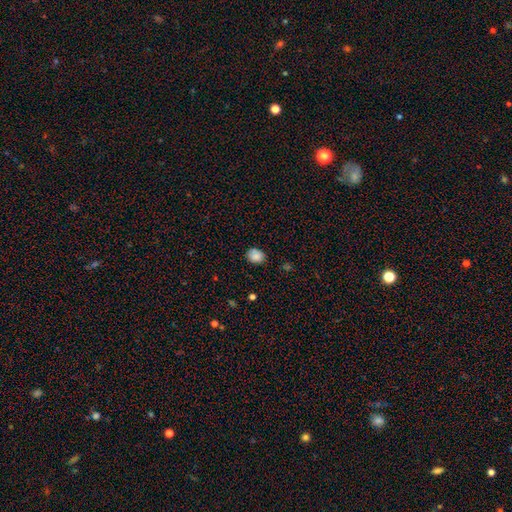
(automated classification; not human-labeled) Morphology: type=smooth (85%); roundness=in between (54%); merging=none (79%).